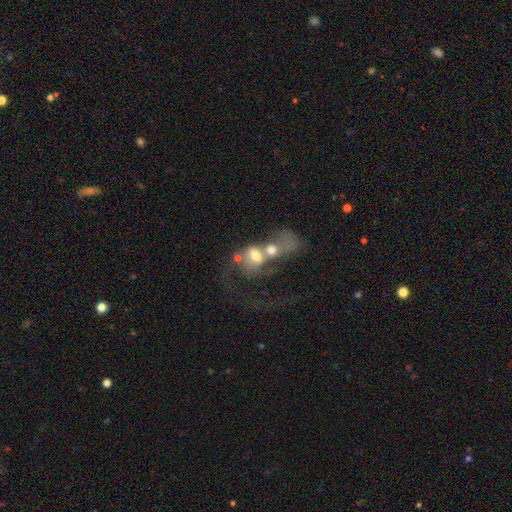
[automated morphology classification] smooth_or_featured: smooth (p=0.47) [alt: featured or disk p=0.42]
merging: merger (p=0.74) [alt: major disturbance p=0.15]